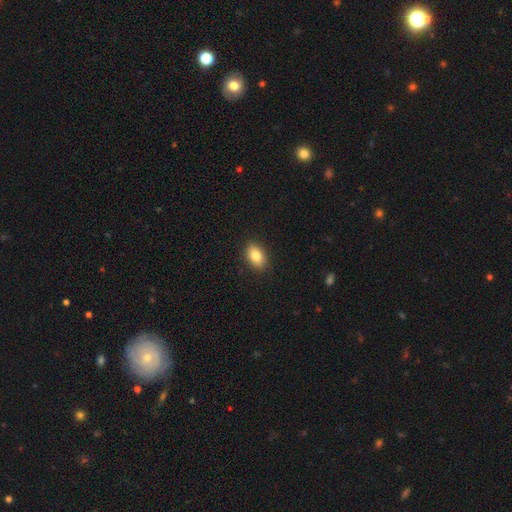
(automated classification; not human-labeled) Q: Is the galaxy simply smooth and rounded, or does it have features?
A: smooth — 85%.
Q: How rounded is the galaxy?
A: in between — 89%.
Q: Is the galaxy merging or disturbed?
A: none — 89%.